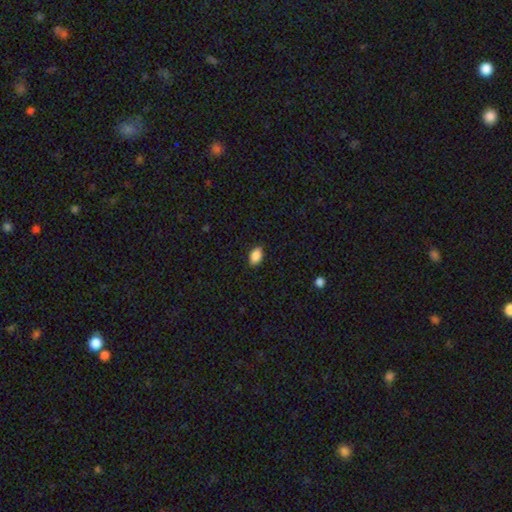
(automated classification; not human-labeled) smooth-or-featured: smooth: 88% | star or artifact: 8% | featured or disk: 4%
  how-rounded: in between: 90% | round: 8% | cigar-shaped: 2%
  merging: none: 86% | minor disturbance: 11% | major disturbance: 2% | merger: 1%